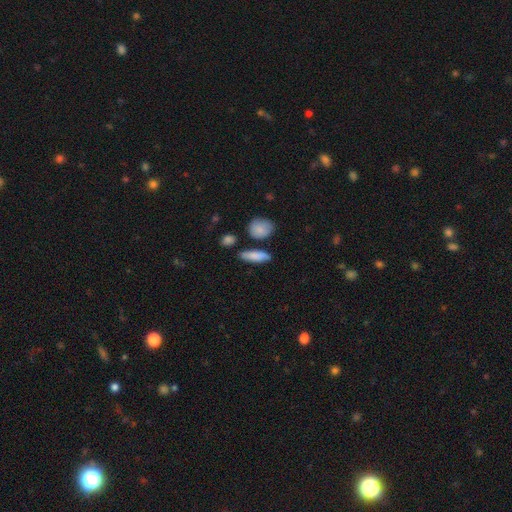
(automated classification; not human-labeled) Smooth or featured? smooth (81%)
How rounded? in between (52%)
Merging? none (75%)